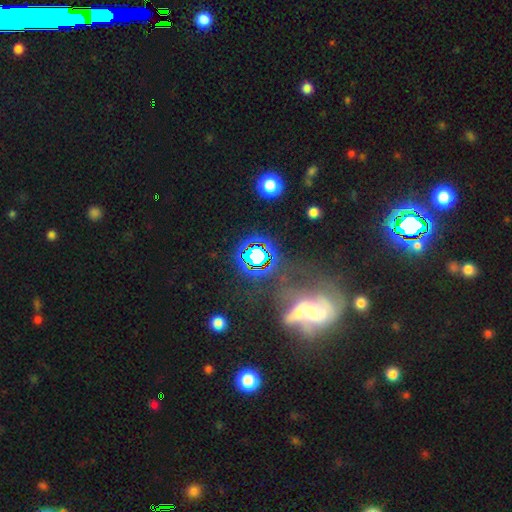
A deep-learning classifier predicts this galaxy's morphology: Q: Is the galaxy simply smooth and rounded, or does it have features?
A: star or artifact — 48%.